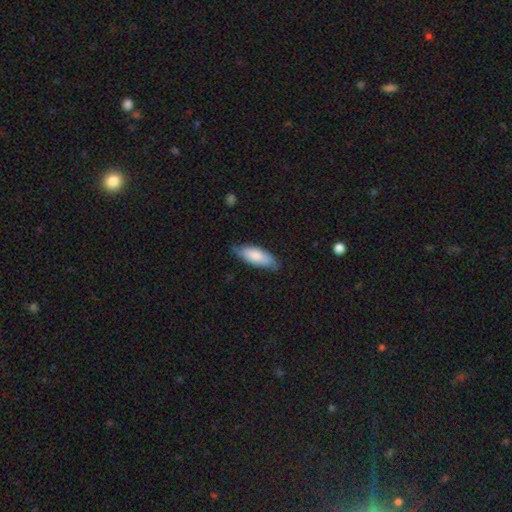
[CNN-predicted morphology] Smooth or featured?
  - smooth: 78% *
  - featured or disk: 16%
  - star or artifact: 5%
How rounded?
  - in between: 72% *
  - cigar-shaped: 26%
  - round: 2%
Merging?
  - none: 71% *
  - minor disturbance: 24%
  - major disturbance: 4%
  - merger: 1%